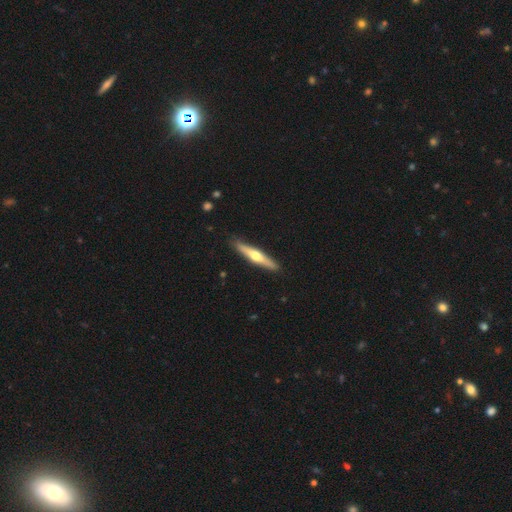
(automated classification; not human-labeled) featured or disk 59%, smooth 36%, star or artifact 5%. Down the decision tree: edge-on disk — yes (95%); edge-on bulge — rounded (91%); merging — none (89%).